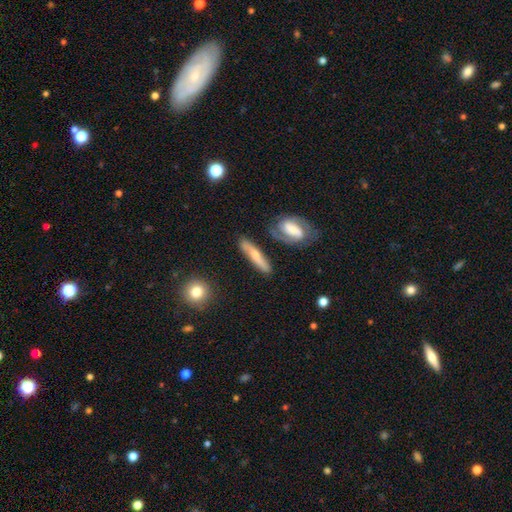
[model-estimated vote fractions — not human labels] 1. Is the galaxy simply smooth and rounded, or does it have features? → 50% featured or disk, 43% smooth, 7% star or artifact.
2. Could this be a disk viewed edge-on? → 53% yes, 47% no.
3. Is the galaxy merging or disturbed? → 72% none, 16% minor disturbance, 6% merger, 6% major disturbance.